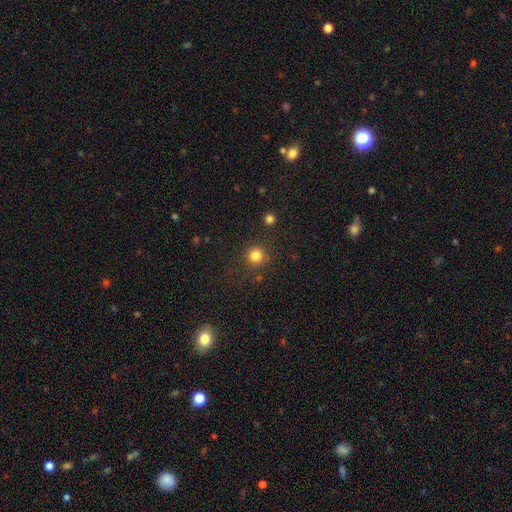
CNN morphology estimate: smooth-or-featured: smooth: 82% | star or artifact: 13% | featured or disk: 4%
  how-rounded: round: 93% | in between: 6% | cigar-shaped: 1%
  merging: none: 86% | minor disturbance: 8% | major disturbance: 3% | merger: 3%